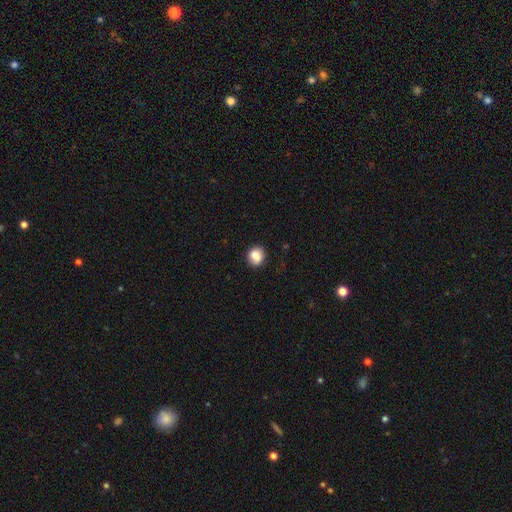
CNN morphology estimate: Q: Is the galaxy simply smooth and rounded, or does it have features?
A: smooth — 84%.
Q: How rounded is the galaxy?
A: round — 73%.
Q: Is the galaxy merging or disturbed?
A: none — 82%.